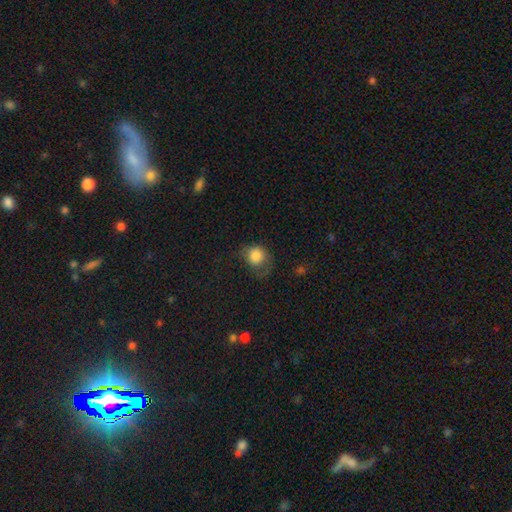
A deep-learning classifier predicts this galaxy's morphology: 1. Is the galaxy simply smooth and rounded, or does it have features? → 83% smooth, 9% star or artifact, 8% featured or disk.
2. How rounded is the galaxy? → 79% round, 21% in between, 1% cigar-shaped.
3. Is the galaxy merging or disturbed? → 44% none, 29% minor disturbance, 25% major disturbance, 2% merger.